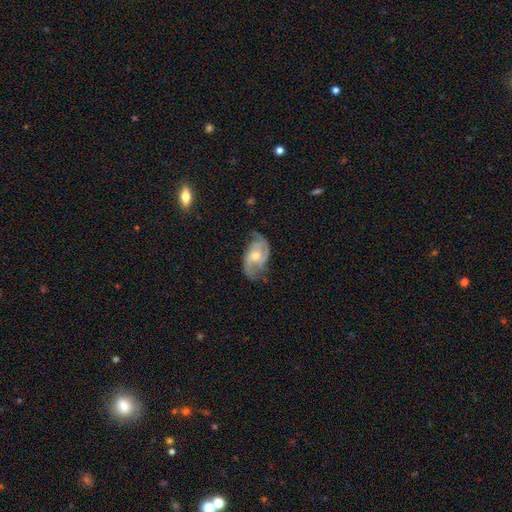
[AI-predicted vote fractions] This is clearly a featured or disk galaxy (82%). It is clearly not viewed edge-on (96%). Bar: likely no (60%). Spiral arm pattern: clearly yes (94%). Spiral arm count: likely 2 (69%). Spiral winding: possibly medium (46%). Central bulge: possibly moderate (59%). Merging: likely none (65%).